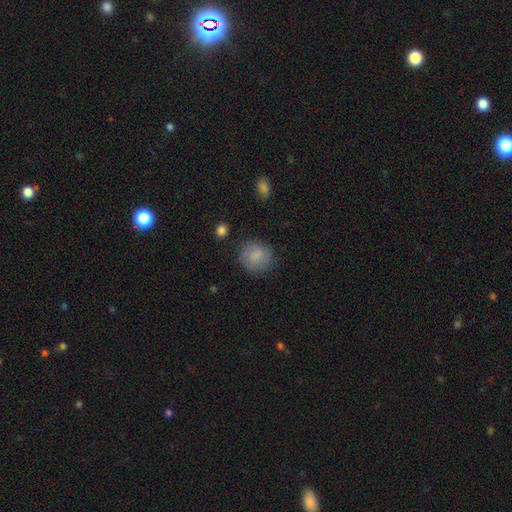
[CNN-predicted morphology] smooth-or-featured: smooth: 82% | featured or disk: 10% | star or artifact: 8%
  how-rounded: round: 87% | in between: 12% | cigar-shaped: 1%
  merging: none: 82% | minor disturbance: 12% | major disturbance: 4% | merger: 2%